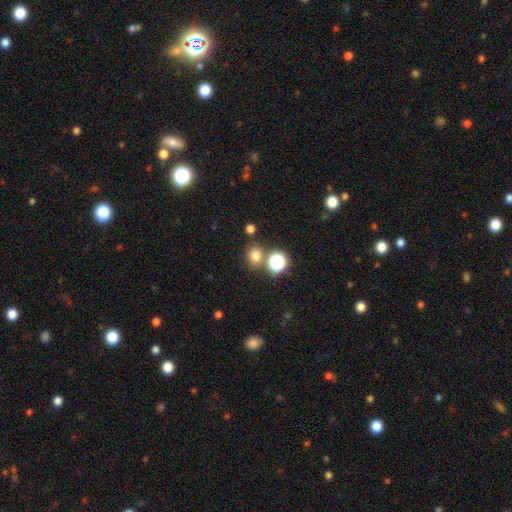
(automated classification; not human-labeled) The model was most divided on "how rounded": round: 72%, in between: 27%, cigar-shaped: 1%. More confident: merging — none (75%); smooth or featured — smooth (74%).